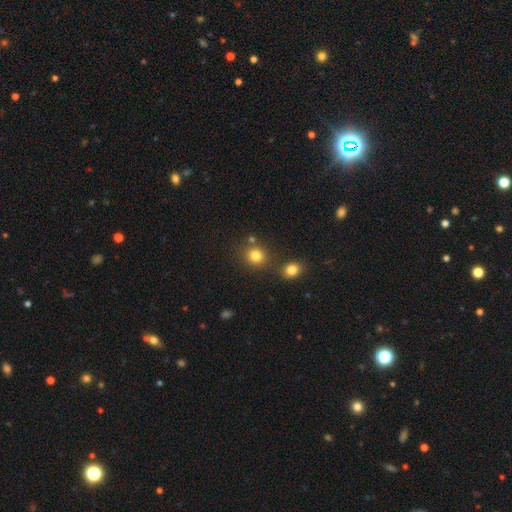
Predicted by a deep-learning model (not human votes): A smooth galaxy with no disk features (81%) that is round (84%). Merging: none (74%).